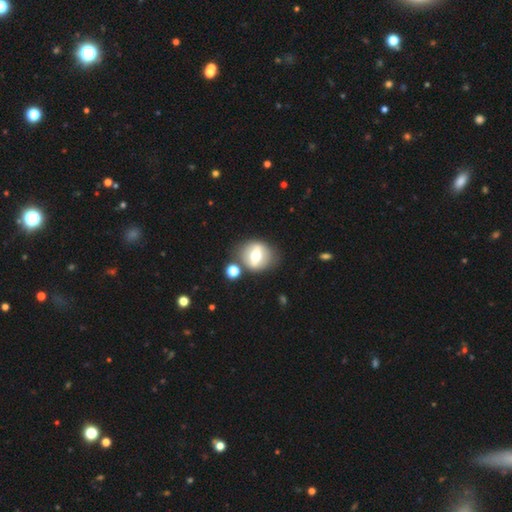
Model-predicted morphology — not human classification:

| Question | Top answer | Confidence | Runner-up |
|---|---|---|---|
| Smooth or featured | featured or disk | 52% | smooth (39%) |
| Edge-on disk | no | 76% | yes (24%) |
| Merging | none | 75% | minor disturbance (11%) |